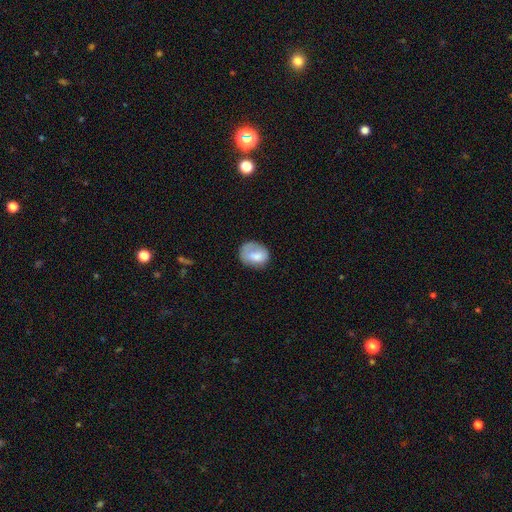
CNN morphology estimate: smooth_or_featured: smooth (p=0.73) [alt: featured or disk p=0.20]
how_rounded: round (p=0.50) [alt: in between p=0.49]
merging: none (p=0.54) [alt: minor disturbance p=0.28]